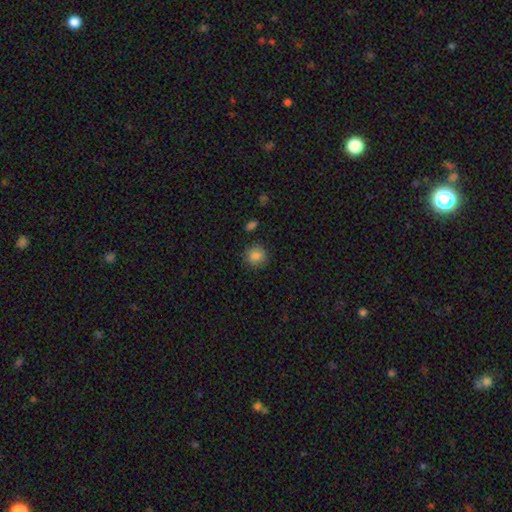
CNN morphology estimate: smooth_or_featured: smooth (p=0.86) [alt: star or artifact p=0.10]
how_rounded: round (p=0.88) [alt: in between p=0.11]
merging: none (p=0.87) [alt: minor disturbance p=0.08]